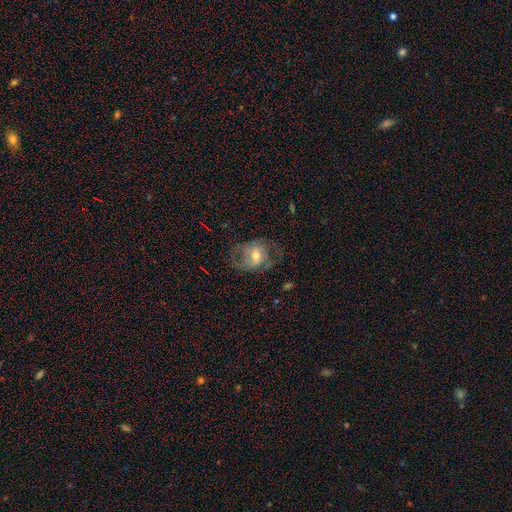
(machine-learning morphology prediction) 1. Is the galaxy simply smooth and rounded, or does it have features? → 56% featured or disk, 36% smooth, 8% star or artifact.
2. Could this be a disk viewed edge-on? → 96% no, 4% yes.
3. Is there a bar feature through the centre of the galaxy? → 55% no, 34% weak, 11% strong.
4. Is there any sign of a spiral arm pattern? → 66% yes, 34% no.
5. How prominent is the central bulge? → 64% moderate, 27% small, 6% large, 1% none, 1% dominant.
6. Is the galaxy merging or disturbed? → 51% none, 25% major disturbance, 23% minor disturbance, 1% merger.